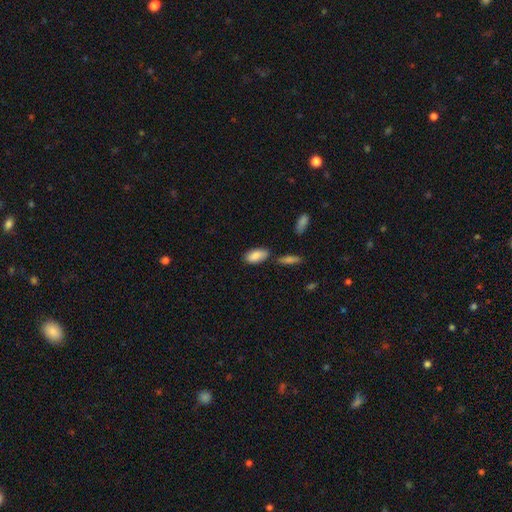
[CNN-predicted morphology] smooth 86%, featured or disk 7%, star or artifact 7%. Down the decision tree: how rounded — in between (91%); merging — none (71%).